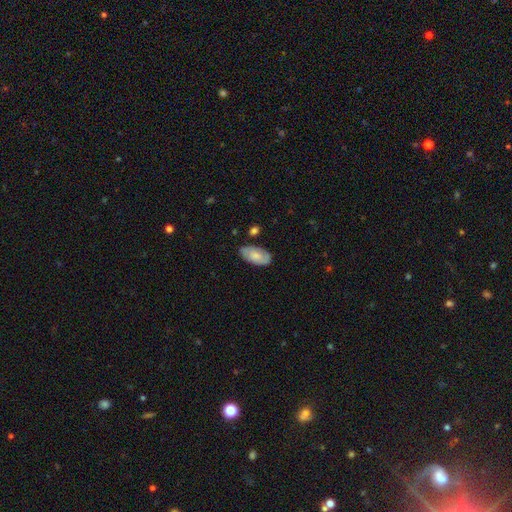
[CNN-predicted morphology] A smooth galaxy with no disk features (61%) that is in between round and cigar-shaped (94%). Merging: none (78%).